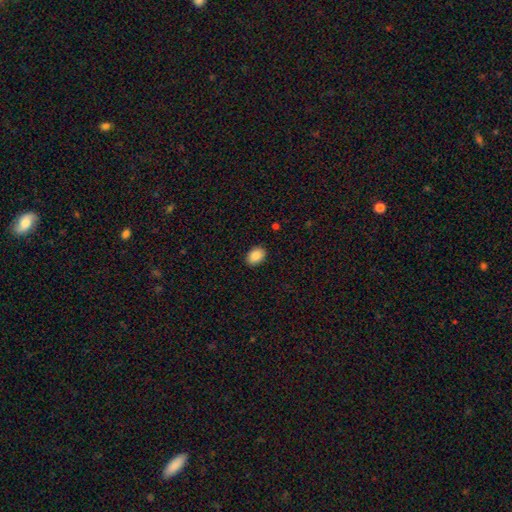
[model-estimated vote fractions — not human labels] A smooth galaxy with no disk features (89%) that is in between round and cigar-shaped (76%).

Vote fractions:
- Smooth or featured? smooth: 89% / star or artifact: 8% / featured or disk: 4%
- How rounded? in between: 76% / round: 23% / cigar-shaped: 1%
- Merging? none: 90% / minor disturbance: 8% / major disturbance: 2% / merger: 1%